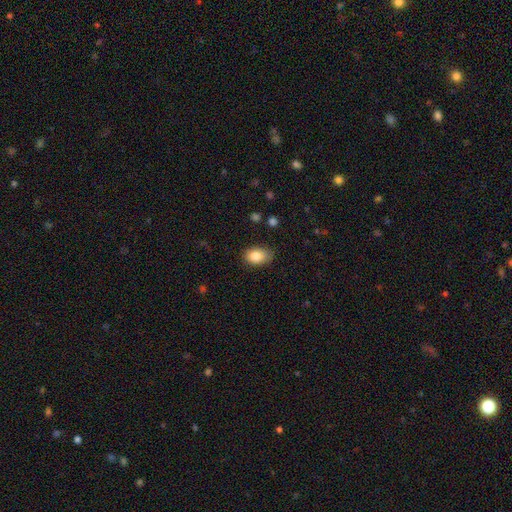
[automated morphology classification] Q: Smooth or featured?
A: smooth (84%); runner-up: featured or disk (9%)
Q: How rounded?
A: in between (85%); runner-up: round (14%)
Q: Merging?
A: none (77%); runner-up: minor disturbance (19%)